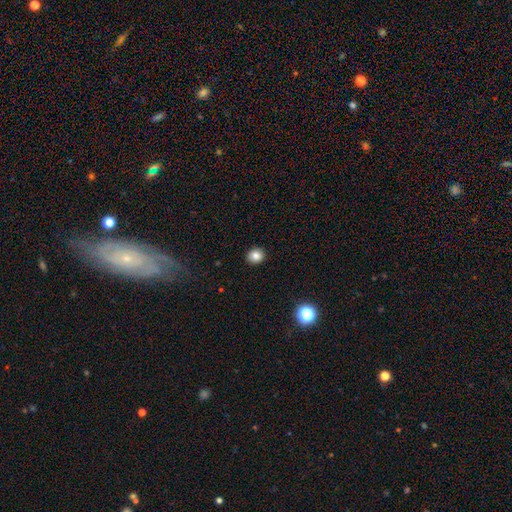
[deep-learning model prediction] A smooth galaxy with no disk features (83%) that is round (82%). Merging: none (92%).